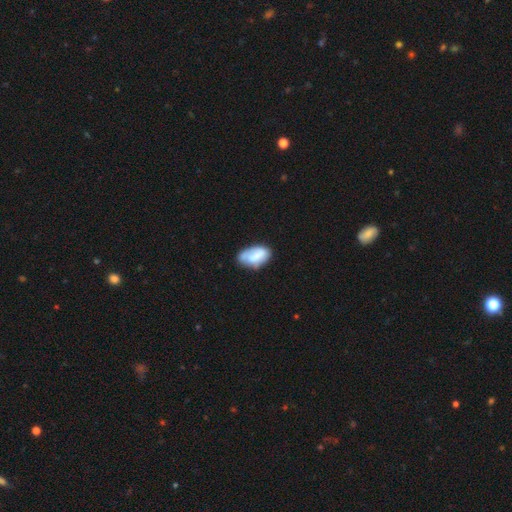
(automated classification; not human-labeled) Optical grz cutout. It shows a smooth galaxy with no disk features (71%) that is in between round and cigar-shaped (93%). Merging: none (55%).